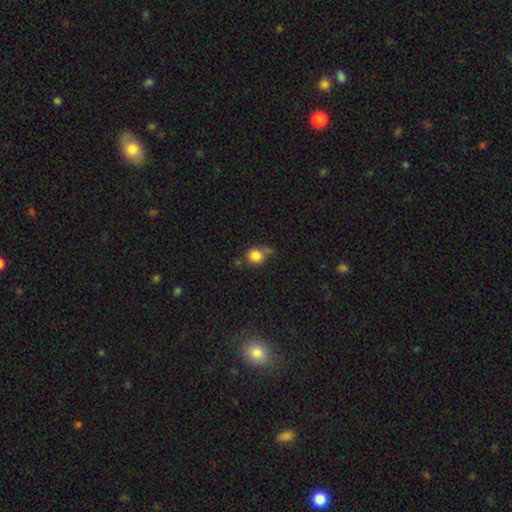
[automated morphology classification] smooth_or_featured: smooth (p=0.83) [alt: star or artifact p=0.10]
how_rounded: round (p=0.82) [alt: in between p=0.17]
merging: none (p=0.51) [alt: minor disturbance p=0.24]